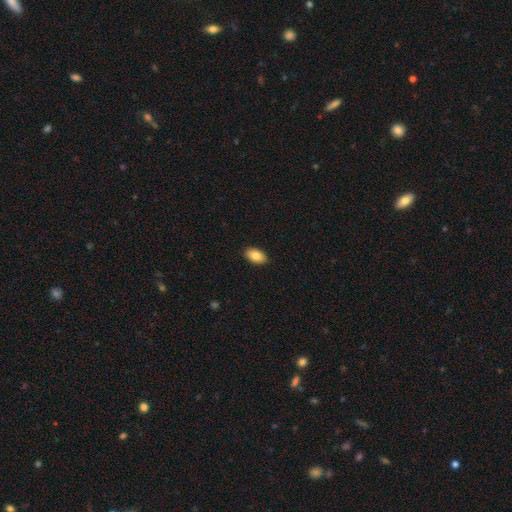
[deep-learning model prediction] Overall: smooth (86%). How rounded: in between (93%). Merging: none (90%).